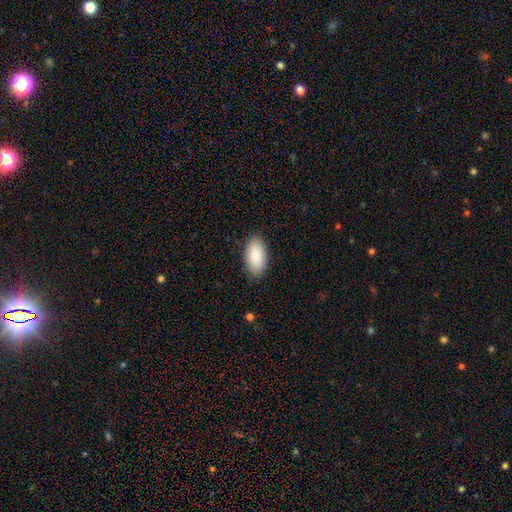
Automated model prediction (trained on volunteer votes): Smooth or featured? smooth (90%)
How rounded? in between (95%)
Merging? none (88%)